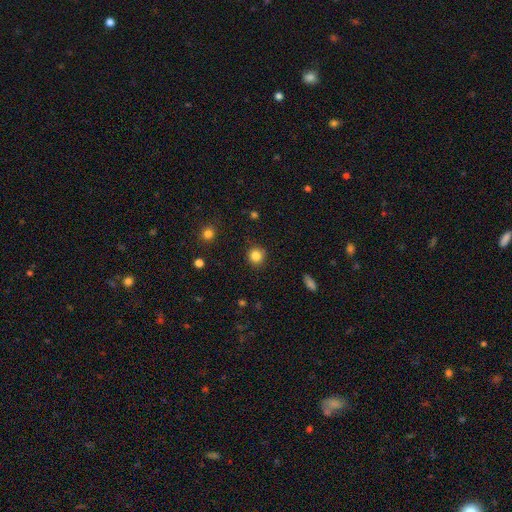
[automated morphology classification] Smooth or featured: smooth — 84% (star or artifact — 11%)
How rounded: round — 93% (in between — 6%)
Merging: none — 91% (minor disturbance — 6%)